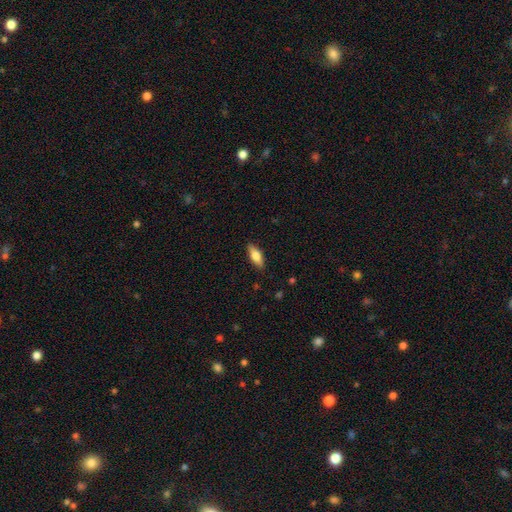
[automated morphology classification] A smooth galaxy with no disk features (68%) that is in between round and cigar-shaped (69%).

Vote fractions:
- Smooth or featured? smooth: 68% / featured or disk: 26% / star or artifact: 6%
- How rounded? in between: 69% / cigar-shaped: 28% / round: 3%
- Merging? none: 87% / minor disturbance: 9% / major disturbance: 2% / merger: 1%